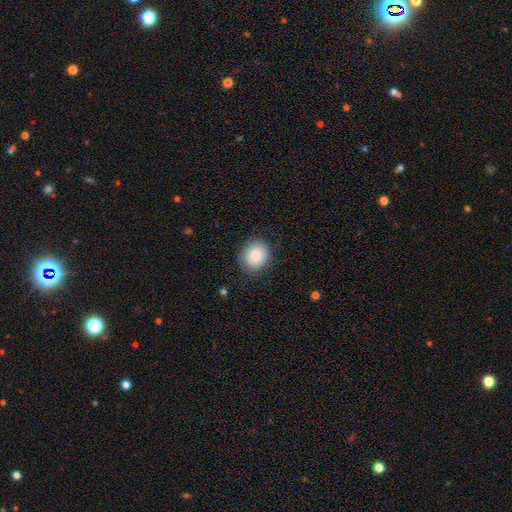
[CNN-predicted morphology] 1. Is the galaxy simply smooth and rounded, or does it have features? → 86% smooth, 8% star or artifact, 7% featured or disk.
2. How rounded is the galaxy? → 71% round, 29% in between, 1% cigar-shaped.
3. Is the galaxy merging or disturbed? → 84% none, 12% minor disturbance, 3% major disturbance, 1% merger.